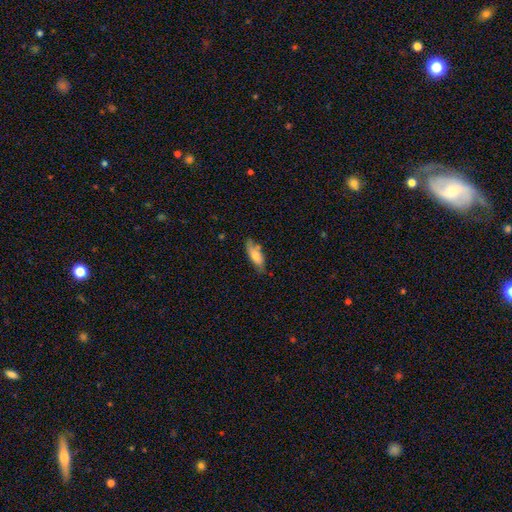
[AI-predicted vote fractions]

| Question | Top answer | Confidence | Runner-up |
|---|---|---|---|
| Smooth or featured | smooth | 72% | featured or disk (21%) |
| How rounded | in between | 69% | cigar-shaped (29%) |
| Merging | none | 61% | minor disturbance (28%) |